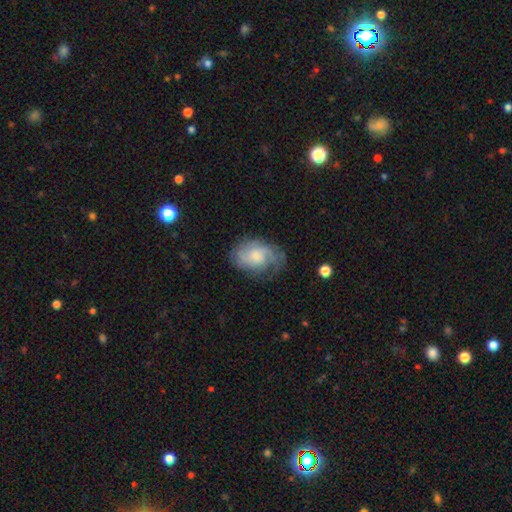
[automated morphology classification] featured or disk 68%, smooth 25%, star or artifact 7%. Down the decision tree: edge-on disk — no (97%); bar — no (70%); spiral arms — yes (92%); spiral arm count — can't tell (33%); spiral winding — tight (42%); bulge size — small (45%); merging — none (65%).